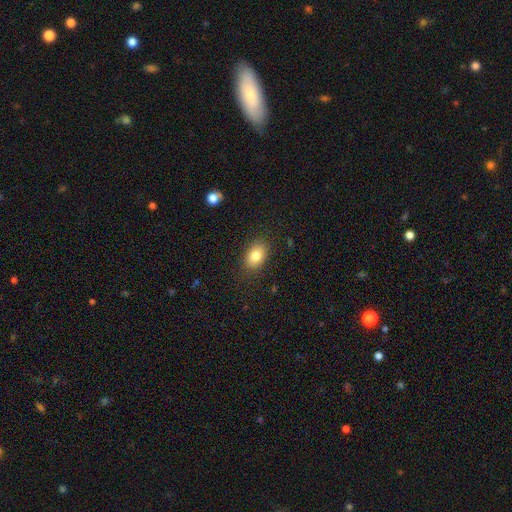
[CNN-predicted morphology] The model was most divided on "how rounded": in between: 81%, round: 17%, cigar-shaped: 1%. More confident: merging — none (86%); smooth or featured — smooth (82%).